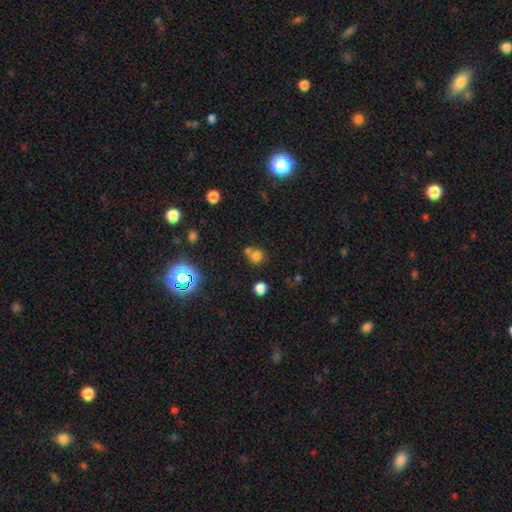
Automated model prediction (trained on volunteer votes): A smooth galaxy with no disk features (73%) that is round (84%).

Vote fractions:
- Smooth or featured? smooth: 73% / star or artifact: 19% / featured or disk: 8%
- How rounded? round: 84% / in between: 14% / cigar-shaped: 1%
- Merging? none: 51% / merger: 34% / minor disturbance: 10% / major disturbance: 4%